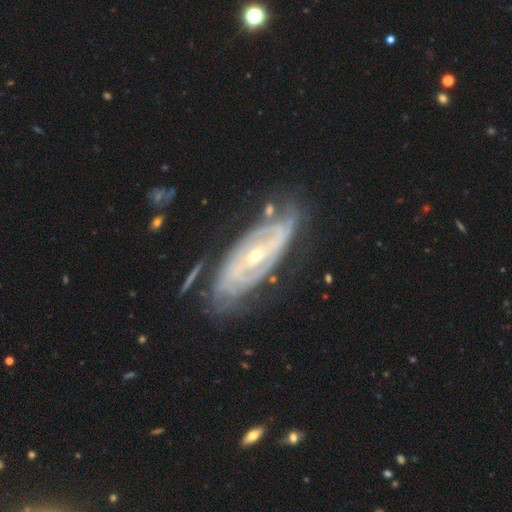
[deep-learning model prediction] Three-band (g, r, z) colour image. It shows a featured or disk galaxy (88%) with no bar (42%), tight (69%) spiral arms (92%) and a small central bulge (58%). Merging: none (68%).